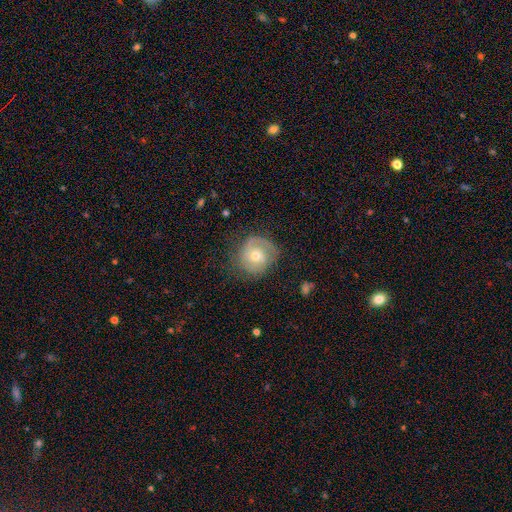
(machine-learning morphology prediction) A featured or disk galaxy (69%) with no bar (66%), 2 (52%) tight (49%) spiral arms (88%) and a moderate central bulge (59%). Merging: none (71%).